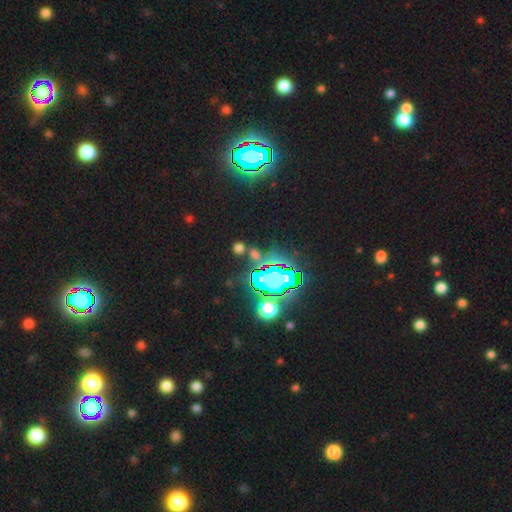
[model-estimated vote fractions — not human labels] star or artifact 61%, smooth 29%, featured or disk 10%.